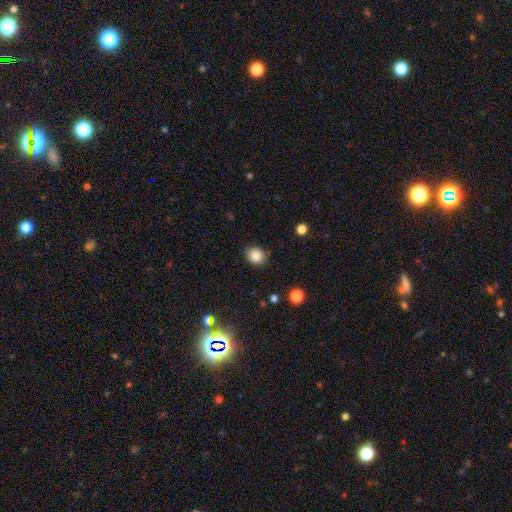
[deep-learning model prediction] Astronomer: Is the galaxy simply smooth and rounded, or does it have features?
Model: smooth — 84%.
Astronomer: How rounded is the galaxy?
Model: round — 58% (runner-up: in between, 42%).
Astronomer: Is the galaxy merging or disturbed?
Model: none — 85%.